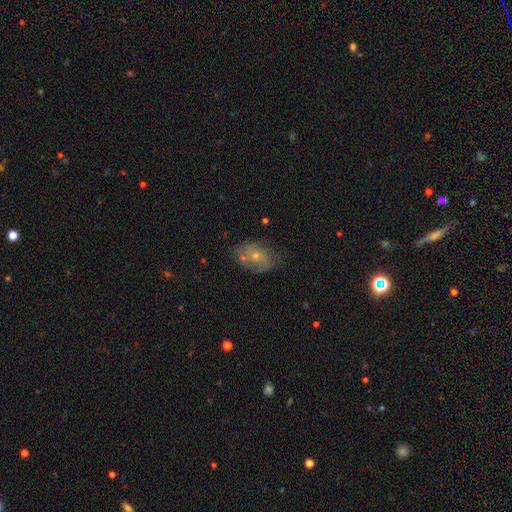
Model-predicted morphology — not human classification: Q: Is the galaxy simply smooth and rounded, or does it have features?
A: featured or disk — 53%.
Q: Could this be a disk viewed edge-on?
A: no — 95%.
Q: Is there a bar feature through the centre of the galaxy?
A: no — 79%.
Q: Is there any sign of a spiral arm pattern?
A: yes — 66%.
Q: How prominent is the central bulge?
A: small — 59%.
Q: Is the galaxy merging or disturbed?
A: none — 65%.